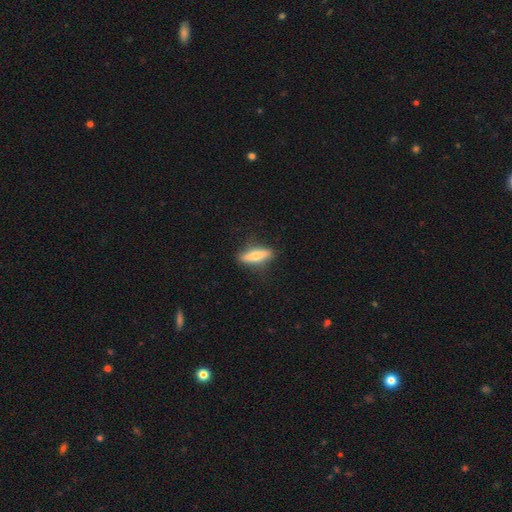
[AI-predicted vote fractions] Smooth or featured?
  - smooth: 53% *
  - featured or disk: 41%
  - star or artifact: 6%
How rounded?
  - cigar-shaped: 67% *
  - in between: 30%
  - round: 3%
Merging?
  - none: 82% *
  - minor disturbance: 13%
  - major disturbance: 3%
  - merger: 1%